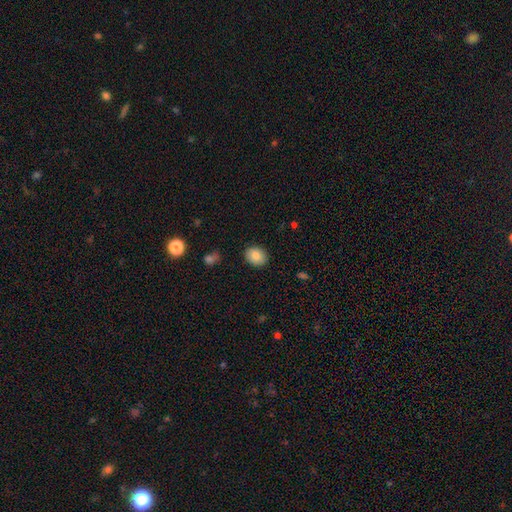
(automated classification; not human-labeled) smooth_or_featured: smooth (p=0.85) [alt: star or artifact p=0.08]
how_rounded: round (p=0.50) [alt: in between p=0.49]
merging: none (p=0.88) [alt: minor disturbance p=0.09]